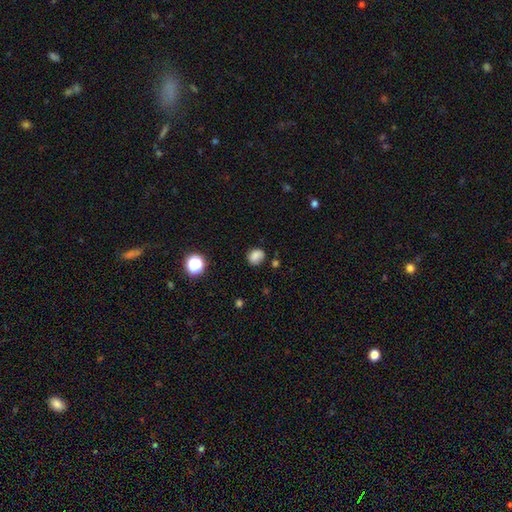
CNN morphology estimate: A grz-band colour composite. It shows a smooth galaxy with no disk features (79%) that is round (61%). Merging: none (72%).